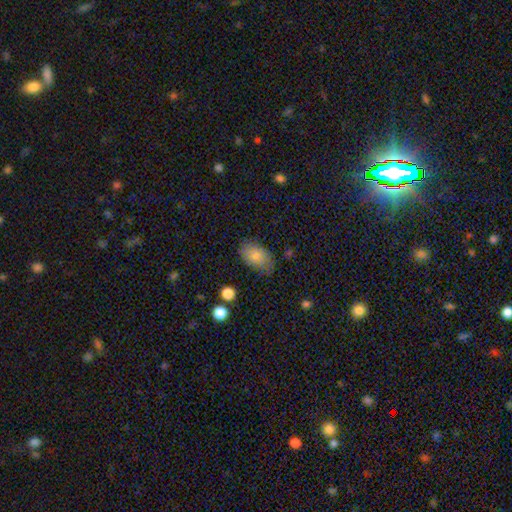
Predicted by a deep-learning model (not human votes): smooth 80%, featured or disk 12%, star or artifact 8%. Down the decision tree: how rounded — in between (89%); merging — none (71%).